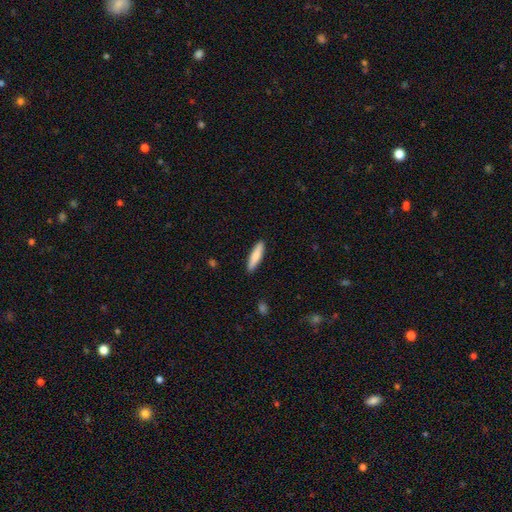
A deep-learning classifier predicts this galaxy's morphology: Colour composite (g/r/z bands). It shows a smooth galaxy with no disk features (81%) that is cigar-shaped (78%). Merging: none (90%).